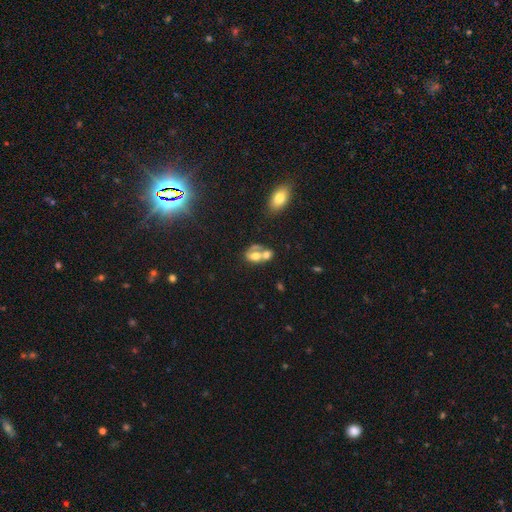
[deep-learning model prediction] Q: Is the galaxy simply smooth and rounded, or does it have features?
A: smooth — 55%.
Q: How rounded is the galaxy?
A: in between — 74%.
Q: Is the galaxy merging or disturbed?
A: merger — 65%.